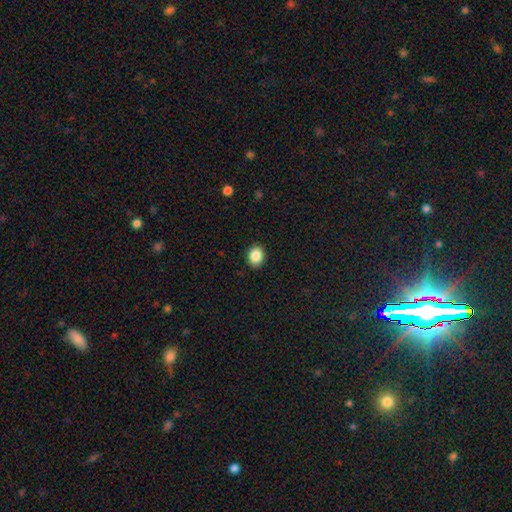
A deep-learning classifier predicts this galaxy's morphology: A smooth galaxy with no disk features (87%) that is round (58%). Merging: none (90%).